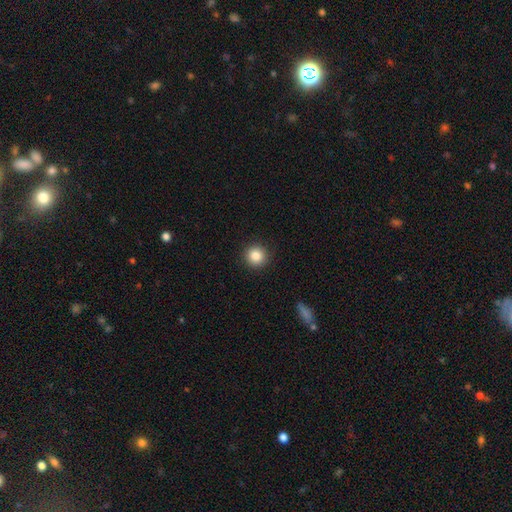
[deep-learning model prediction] This appears to be a smooth galaxy with no disk features (85%) that is round (94%). Merging: none (92%).